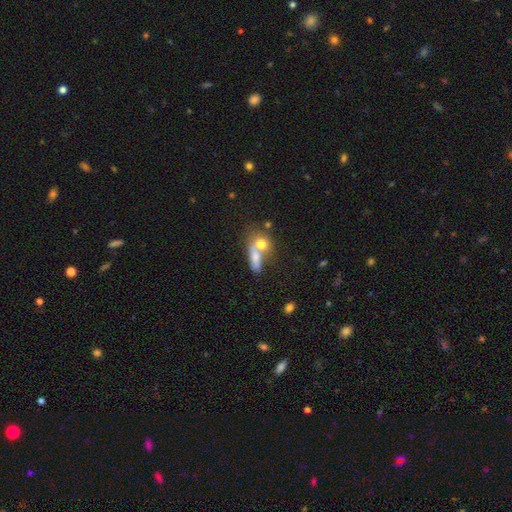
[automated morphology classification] Smooth or featured? Predicted: smooth (p=0.60). How rounded? Predicted: in between (p=0.52). Merging? Predicted: merger (p=0.66).